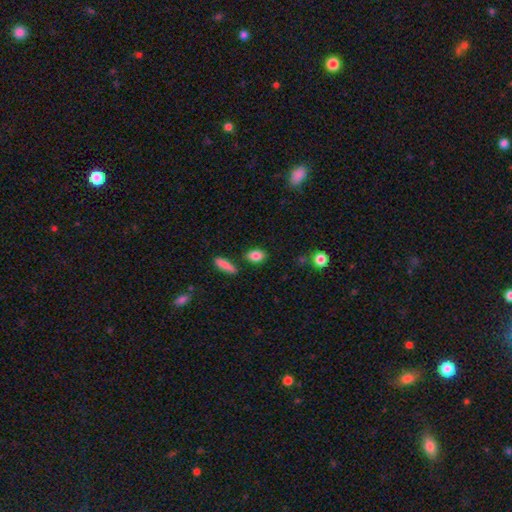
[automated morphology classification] Overall: smooth (86%). How rounded: in between (80%). Merging: none (83%).